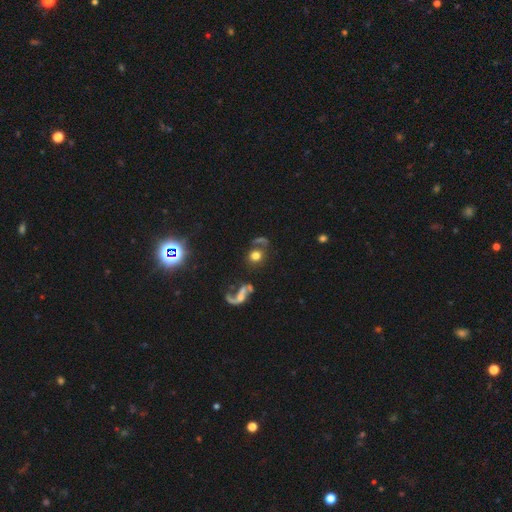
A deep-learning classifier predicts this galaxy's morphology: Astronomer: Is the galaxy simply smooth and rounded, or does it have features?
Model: smooth — 62%.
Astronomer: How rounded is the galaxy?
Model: round — 80%.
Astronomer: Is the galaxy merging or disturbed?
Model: none — 50%.